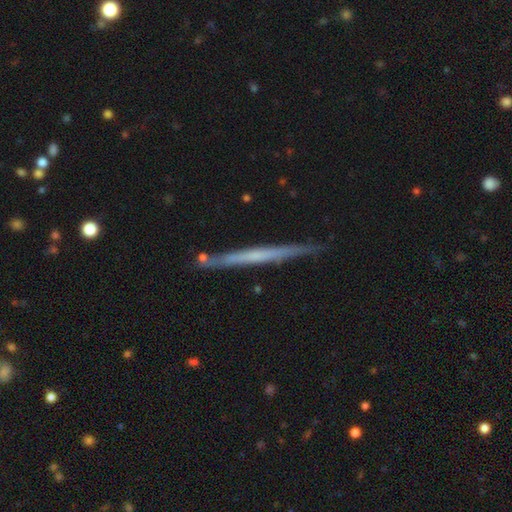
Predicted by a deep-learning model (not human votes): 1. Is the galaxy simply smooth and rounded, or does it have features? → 59% featured or disk, 35% smooth, 6% star or artifact.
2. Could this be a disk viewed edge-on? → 97% yes, 3% no.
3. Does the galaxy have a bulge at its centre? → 84% none, 10% rounded, 5% boxy.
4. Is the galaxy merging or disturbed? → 86% none, 10% minor disturbance, 2% merger, 2% major disturbance.